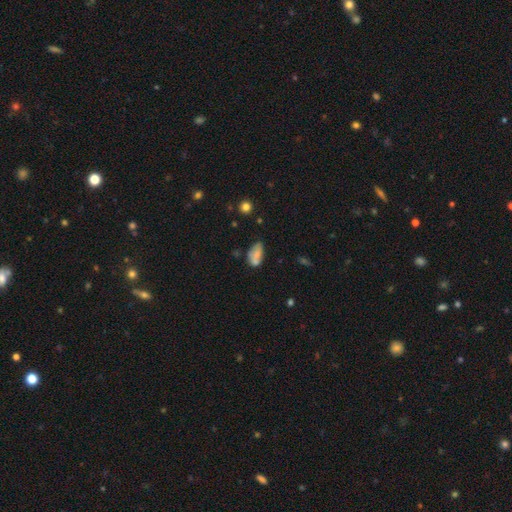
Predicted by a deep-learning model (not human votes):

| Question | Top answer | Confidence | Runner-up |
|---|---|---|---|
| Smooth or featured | smooth | 65% | featured or disk (26%) |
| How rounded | in between | 89% | round (6%) |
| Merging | none | 40% | minor disturbance (26%) |